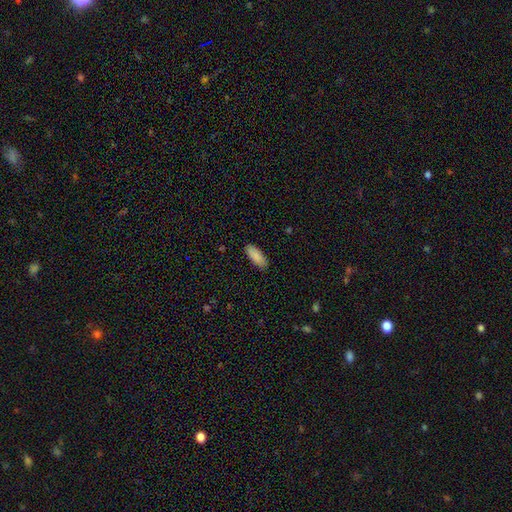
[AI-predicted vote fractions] Smooth or featured? smooth (88%)
How rounded? in between (79%)
Merging? none (85%)